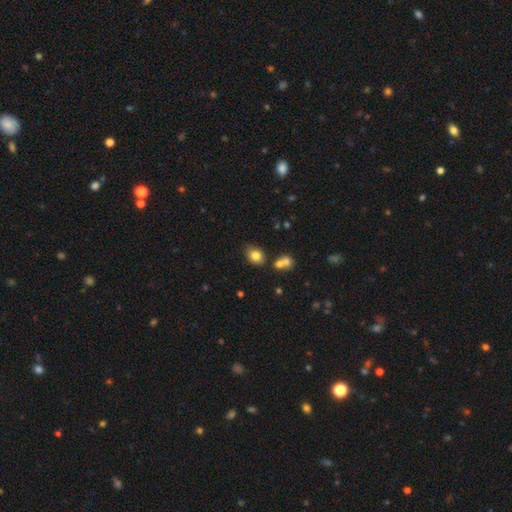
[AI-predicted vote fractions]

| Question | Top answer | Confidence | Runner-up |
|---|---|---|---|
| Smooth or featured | smooth | 80% | star or artifact (11%) |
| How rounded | in between | 62% | round (37%) |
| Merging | none | 72% | minor disturbance (13%) |